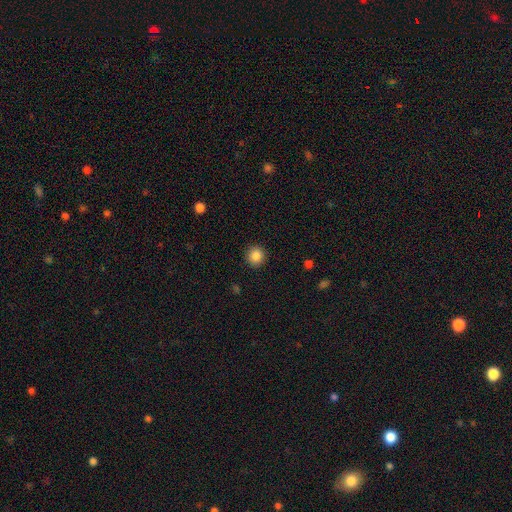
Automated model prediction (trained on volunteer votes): Overall: smooth (86%). How rounded: round (91%). Merging: none (91%).